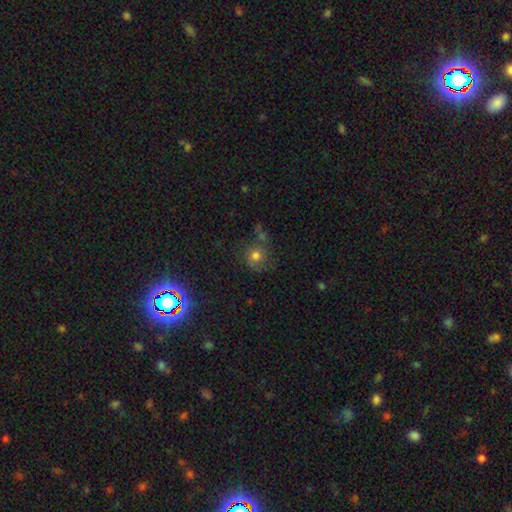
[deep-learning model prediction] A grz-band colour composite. It shows a smooth galaxy with no disk features (56%) that is round (84%). Merging: none (55%).